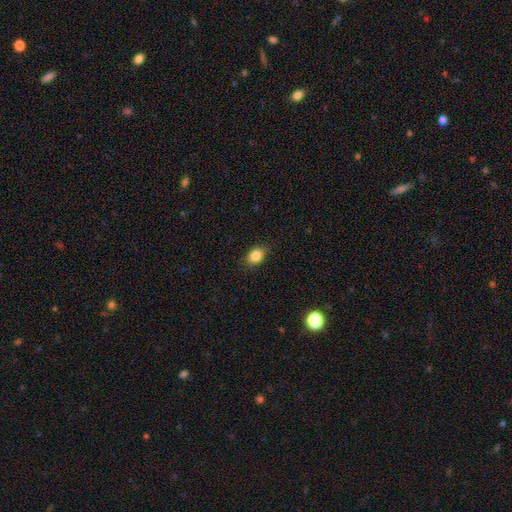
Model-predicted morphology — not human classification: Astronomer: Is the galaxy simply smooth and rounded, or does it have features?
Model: smooth — 85%.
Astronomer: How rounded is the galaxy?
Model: in between — 74%.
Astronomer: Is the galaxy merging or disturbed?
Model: none — 86%.